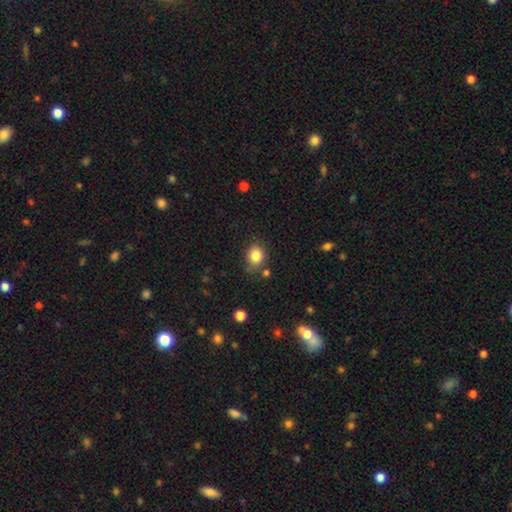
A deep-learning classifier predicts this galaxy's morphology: Smooth or featured? smooth (84%)
How rounded? round (66%)
Merging? none (76%)